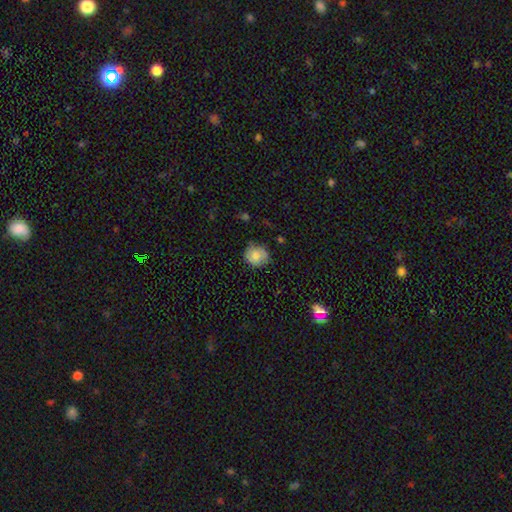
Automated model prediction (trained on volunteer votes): This is likely a smooth galaxy (76%). How rounded: likely round (76%). Merging: likely none (71%).